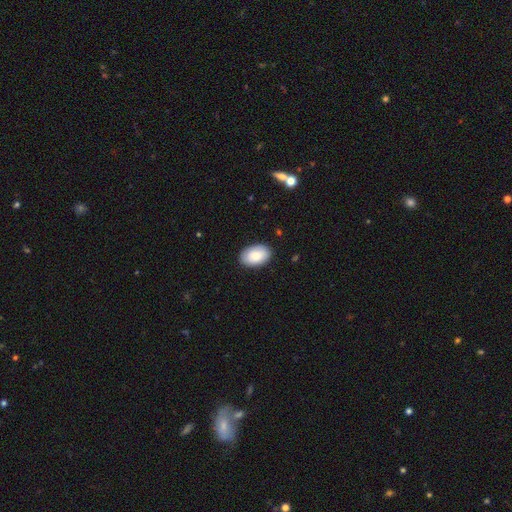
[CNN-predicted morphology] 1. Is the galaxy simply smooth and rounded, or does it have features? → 85% smooth, 9% featured or disk, 6% star or artifact.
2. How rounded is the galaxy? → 91% in between, 8% round, 1% cigar-shaped.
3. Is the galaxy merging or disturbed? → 87% none, 10% minor disturbance, 2% major disturbance, 1% merger.